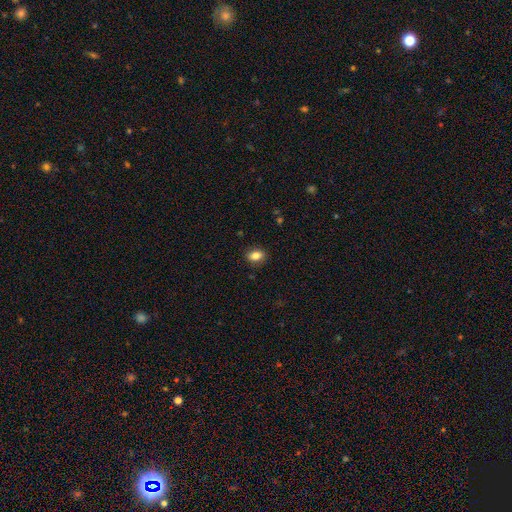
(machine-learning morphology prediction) The model was most divided on "how rounded": in between: 70%, round: 28%, cigar-shaped: 2%. More confident: merging — none (87%); smooth or featured — smooth (84%).